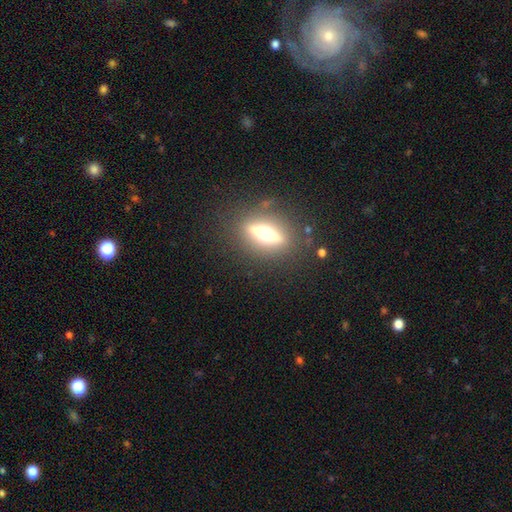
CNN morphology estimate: Smooth or featured? Predicted: featured or disk (p=0.42, tied with smooth). Merging? Predicted: none (p=0.84).